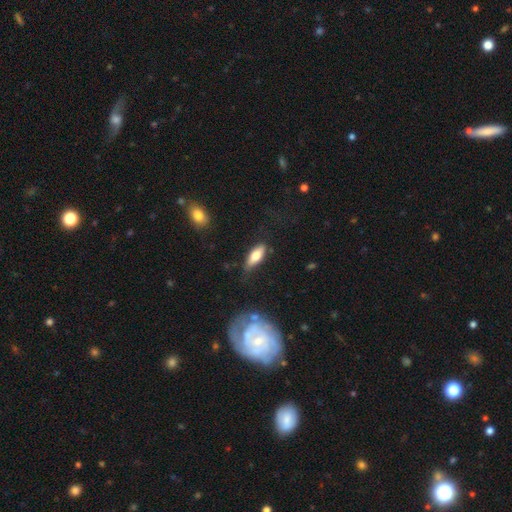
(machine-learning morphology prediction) The model was most divided on "how rounded": in between: 67%, cigar-shaped: 31%, round: 2%. More confident: smooth or featured — smooth (69%); merging — none (67%).